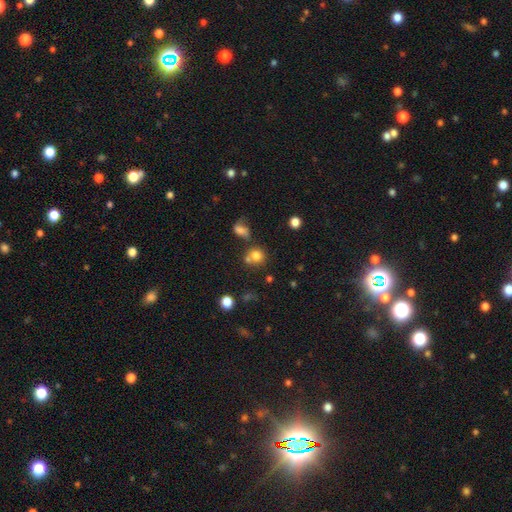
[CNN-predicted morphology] type=smooth (76%); roundness=round (83%); merging=none (54%).